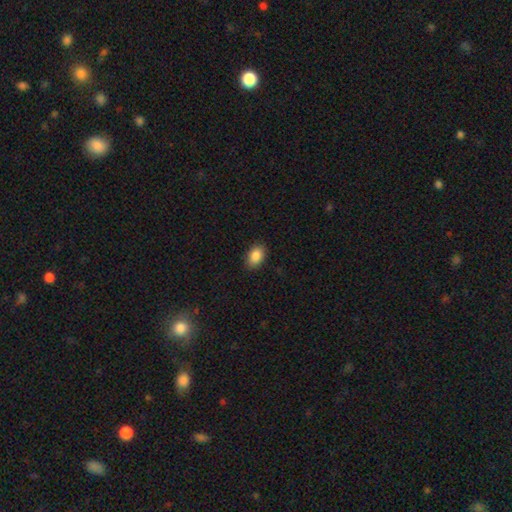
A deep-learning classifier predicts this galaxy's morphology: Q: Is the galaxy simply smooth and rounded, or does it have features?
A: smooth — 87%.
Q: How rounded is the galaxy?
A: in between — 87%.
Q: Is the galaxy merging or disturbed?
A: none — 88%.